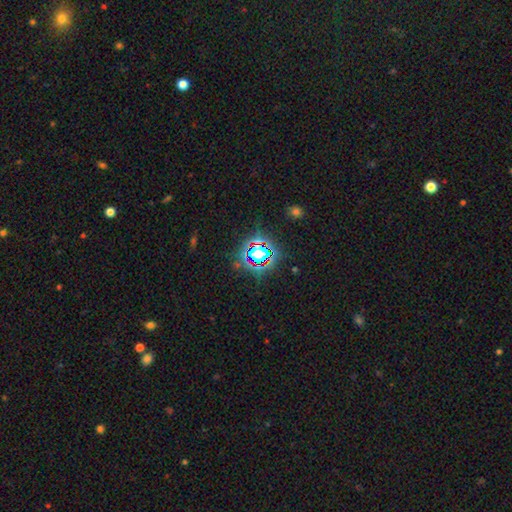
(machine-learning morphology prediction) Smooth or featured: star or artifact — 68% (smooth — 21%)